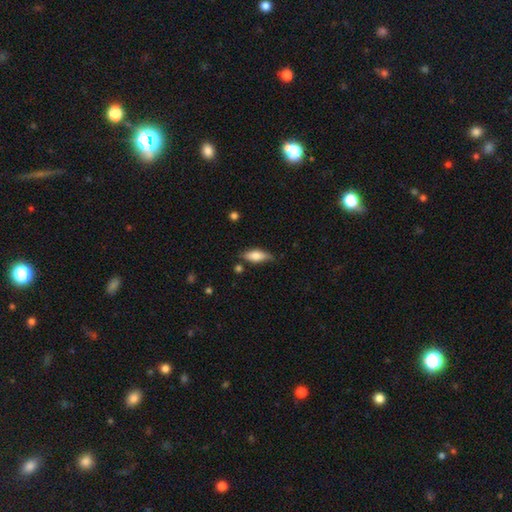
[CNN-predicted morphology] Q: Smooth or featured?
A: smooth (72%); runner-up: featured or disk (22%)
Q: How rounded?
A: in between (71%); runner-up: cigar-shaped (26%)
Q: Merging?
A: none (72%); runner-up: minor disturbance (21%)